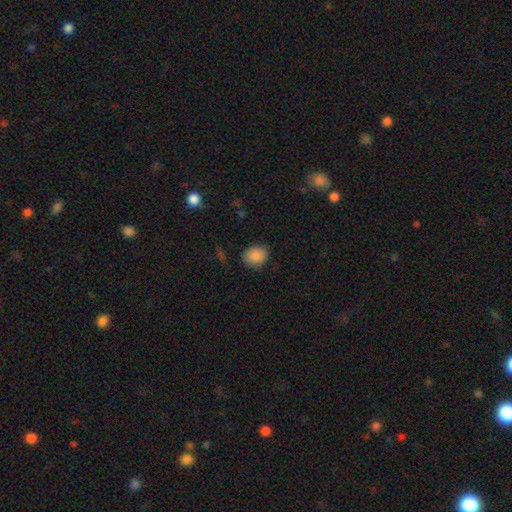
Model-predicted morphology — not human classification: A smooth galaxy with no disk features (88%) that is round (51%). Merging: none (81%).